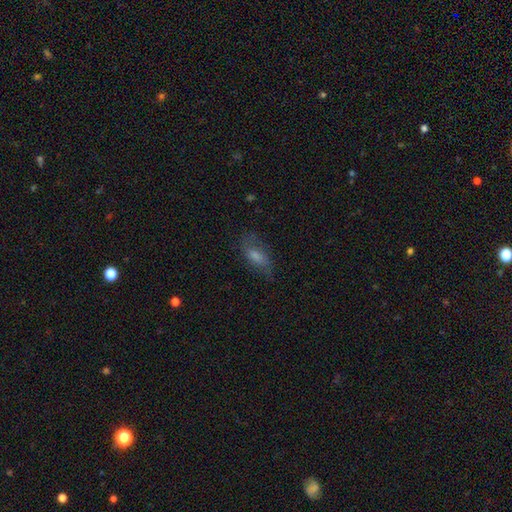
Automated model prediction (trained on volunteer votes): Smooth or featured?
  - smooth: 48% *
  - featured or disk: 36%
  - star or artifact: 16%
Merging?
  - none: 68% *
  - minor disturbance: 20%
  - major disturbance: 11%
  - merger: 2%